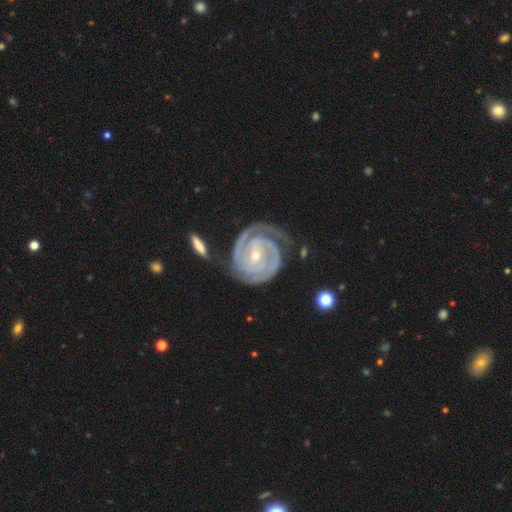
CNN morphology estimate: Q: Smooth or featured?
A: featured or disk (92%); runner-up: star or artifact (4%)
Q: Edge-on disk?
A: no (97%); runner-up: yes (3%)
Q: Bar?
A: no (45%); runner-up: weak (33%)
Q: Spiral arms?
A: yes (98%); runner-up: no (2%)
Q: Spiral winding?
A: tight (80%); runner-up: medium (17%)
Q: Spiral arm count?
A: 2 (53%); runner-up: 3 (20%)
Q: Bulge size?
A: small (70%); runner-up: moderate (28%)
Q: Merging?
A: none (67%); runner-up: minor disturbance (20%)